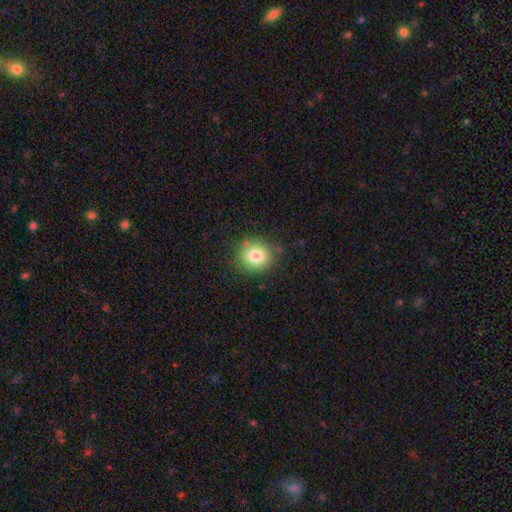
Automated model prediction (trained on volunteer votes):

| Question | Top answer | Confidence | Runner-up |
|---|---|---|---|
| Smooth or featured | smooth | 81% | star or artifact (10%) |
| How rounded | round | 85% | in between (14%) |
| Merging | none | 83% | minor disturbance (12%) |